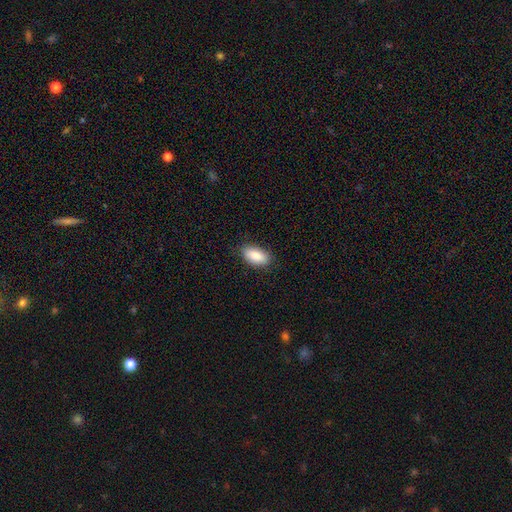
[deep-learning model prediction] smooth 89%, star or artifact 6%, featured or disk 5%. Down the decision tree: how rounded — in between (92%); merging — none (85%).